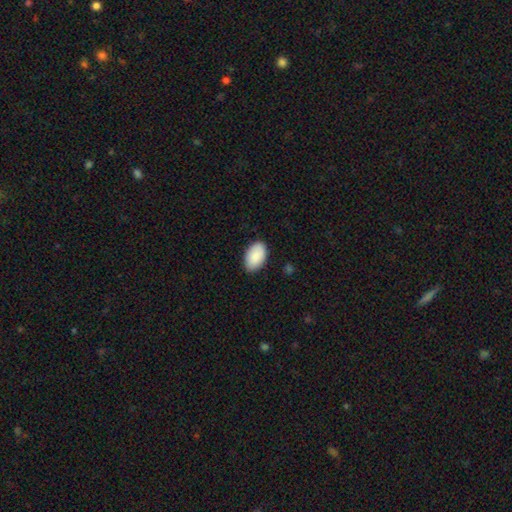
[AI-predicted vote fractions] smooth 91%, star or artifact 6%, featured or disk 4%. Down the decision tree: how rounded — in between (94%); merging — none (86%).